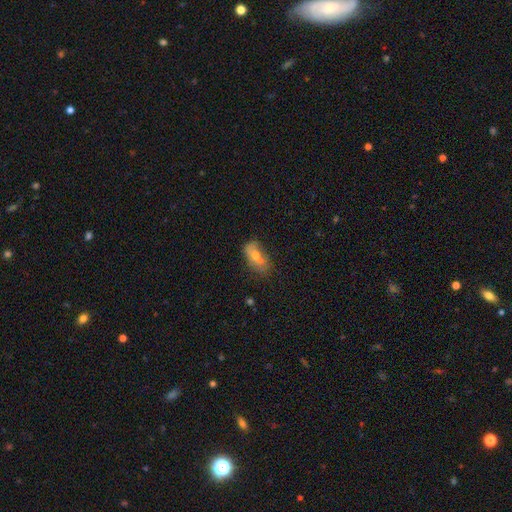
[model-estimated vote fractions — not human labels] A smooth galaxy with no disk features (58%) that is in between round and cigar-shaped (84%).

Vote fractions:
- Smooth or featured? smooth: 58% / featured or disk: 32% / star or artifact: 10%
- How rounded? in between: 84% / cigar-shaped: 8% / round: 8%
- Merging? none: 54% / minor disturbance: 29% / major disturbance: 11% / merger: 6%